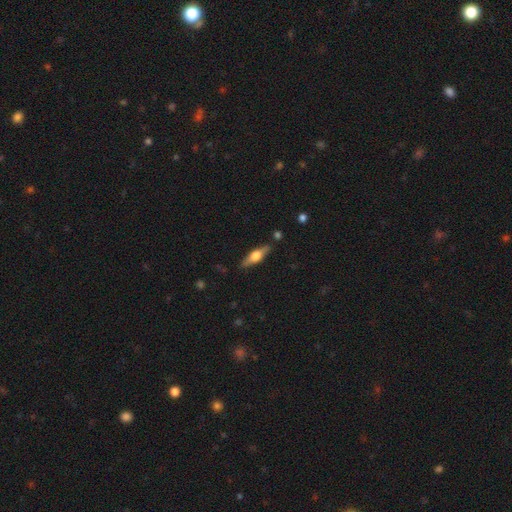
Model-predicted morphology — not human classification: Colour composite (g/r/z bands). It shows a featured or disk galaxy (56%) viewed edge-on (93%) with a rounded central bulge (91%). Merging: none (84%).